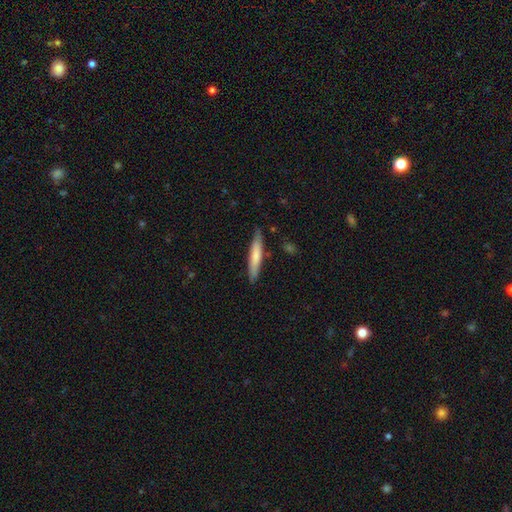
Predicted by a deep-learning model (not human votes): Morphology: type=smooth (69%); roundness=cigar-shaped (90%); merging=none (84%).